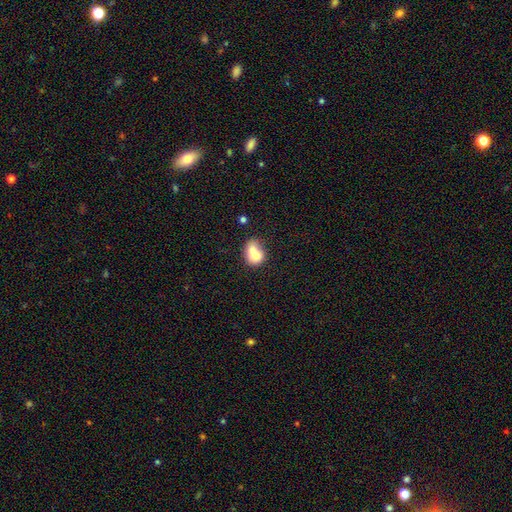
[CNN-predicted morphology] Overall: smooth (69%). How rounded: in between (52%; round 47%). Merging: merger (60%; none 24%).